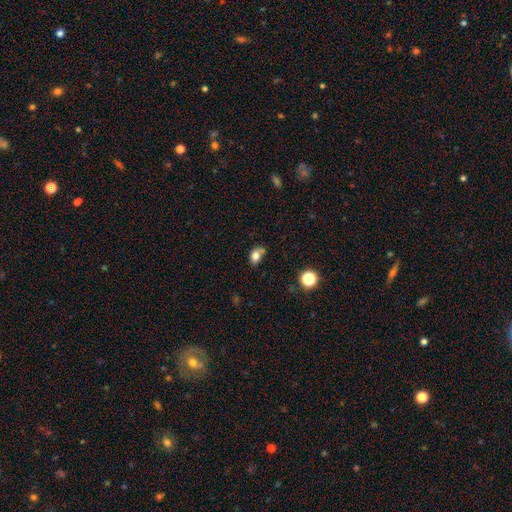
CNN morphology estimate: The model was most divided on "merging": none: 53%, minor disturbance: 23%, merger: 17%, major disturbance: 7%. More confident: smooth or featured — smooth (79%); how rounded — in between (69%).